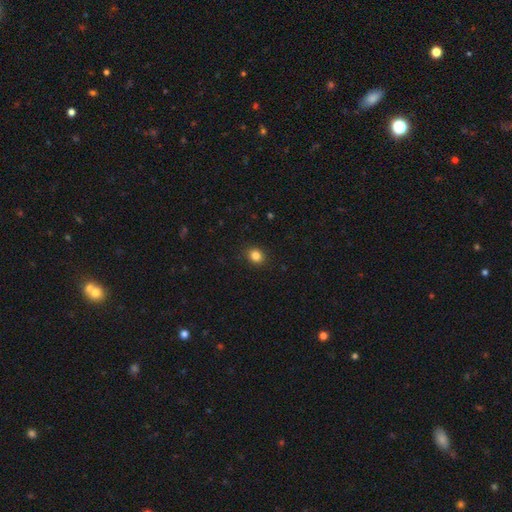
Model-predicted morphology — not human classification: Overall: smooth (85%). How rounded: round (68%; in between 31%). Merging: none (90%).